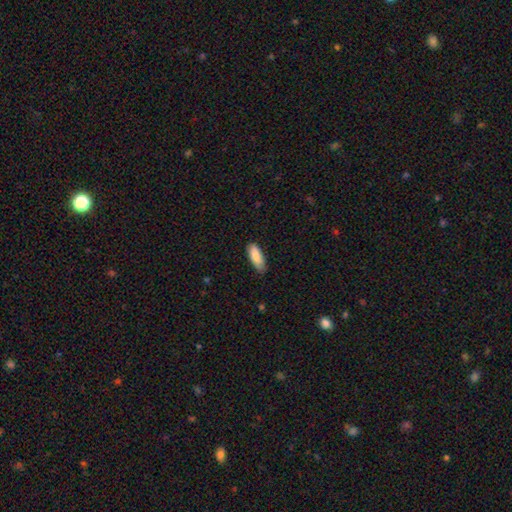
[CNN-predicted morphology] The model was most divided on "how rounded": in between: 72%, cigar-shaped: 27%, round: 2%. More confident: smooth or featured — smooth (86%); merging — none (76%).